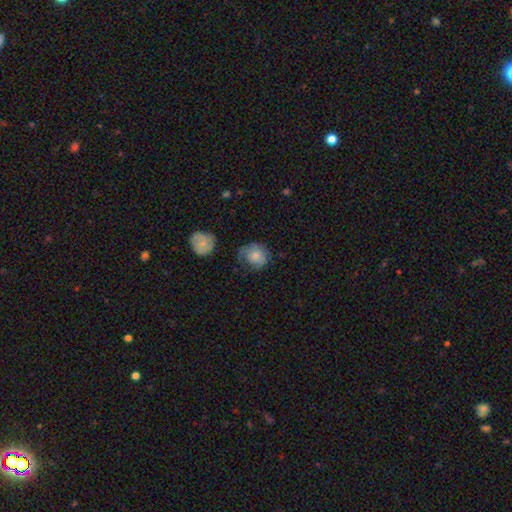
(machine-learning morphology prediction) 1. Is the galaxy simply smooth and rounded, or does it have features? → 69% smooth, 23% featured or disk, 8% star or artifact.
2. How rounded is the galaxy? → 77% round, 22% in between, 1% cigar-shaped.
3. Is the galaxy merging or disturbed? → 50% none, 30% minor disturbance, 17% major disturbance, 3% merger.